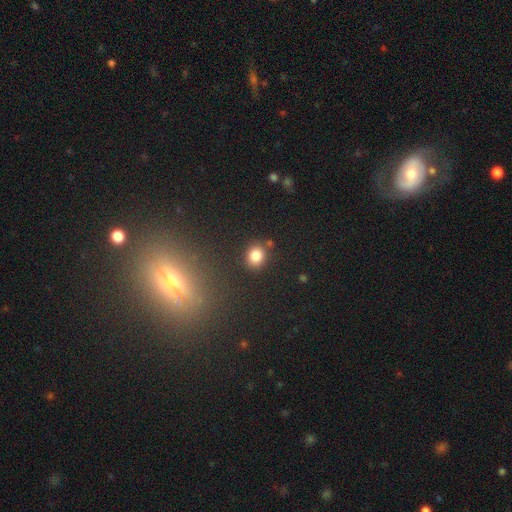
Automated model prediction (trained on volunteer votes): Smooth or featured? smooth (83%)
How rounded? round (60%)
Merging? none (83%)